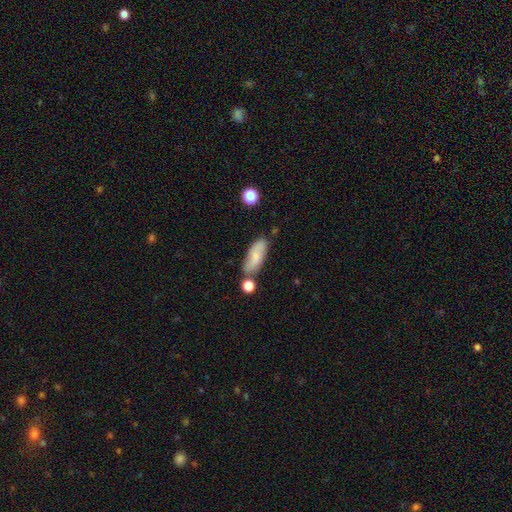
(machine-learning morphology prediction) A smooth galaxy with no disk features (74%) that is in between round and cigar-shaped (72%).

Vote fractions:
- Smooth or featured? smooth: 74% / featured or disk: 19% / star or artifact: 7%
- How rounded? in between: 72% / cigar-shaped: 25% / round: 3%
- Merging? none: 70% / minor disturbance: 17% / merger: 9% / major disturbance: 4%